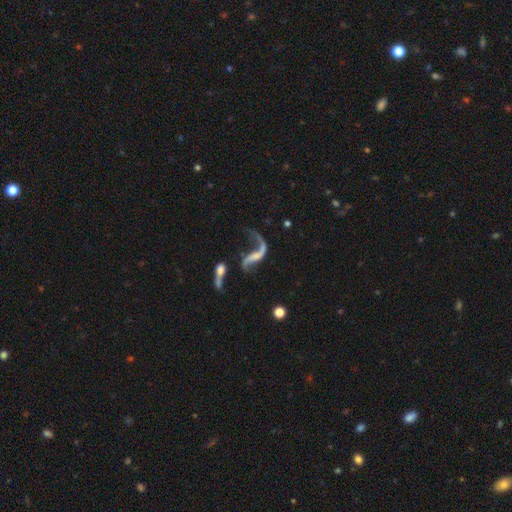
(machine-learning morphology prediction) featured or disk 81%, smooth 11%, star or artifact 8%. Down the decision tree: edge-on disk — no (93%); bar — no (43%); spiral arms — yes (87%); spiral arm count — 2 (76%); spiral winding — loose (93%); bulge size — none (43%); merging — none (37%).